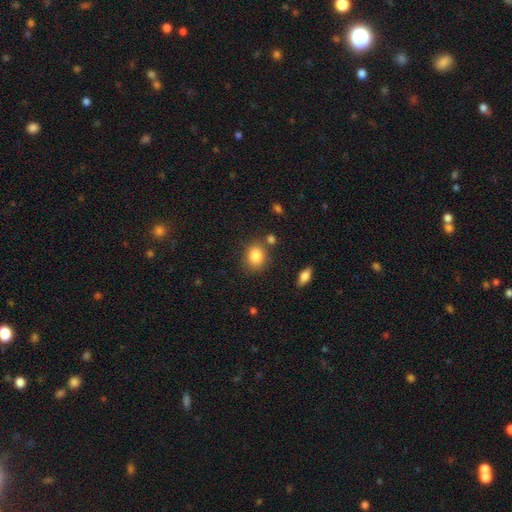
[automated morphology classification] Overall: smooth (84%). How rounded: round (58%; in between 41%). Merging: none (76%).